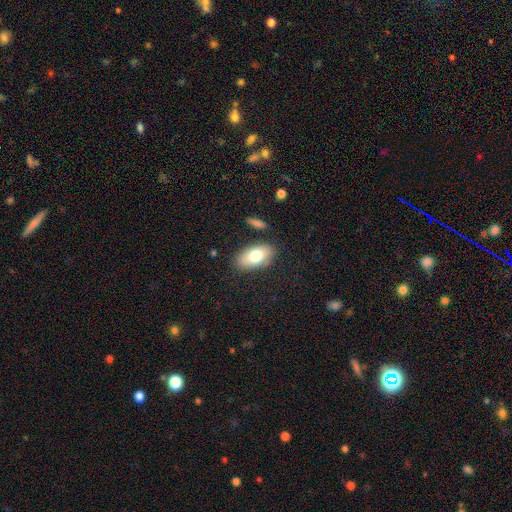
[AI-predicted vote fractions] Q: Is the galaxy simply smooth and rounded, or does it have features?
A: smooth — 75%.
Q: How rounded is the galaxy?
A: in between — 92%.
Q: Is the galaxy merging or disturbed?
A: none — 82%.